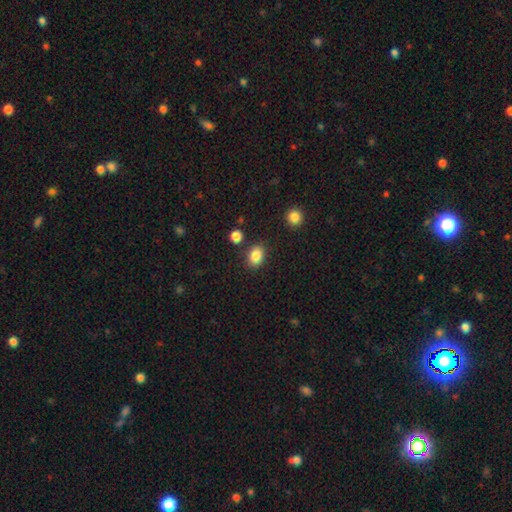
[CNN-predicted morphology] A smooth galaxy with no disk features (85%) that is in between round and cigar-shaped (60%). Merging: none (82%).